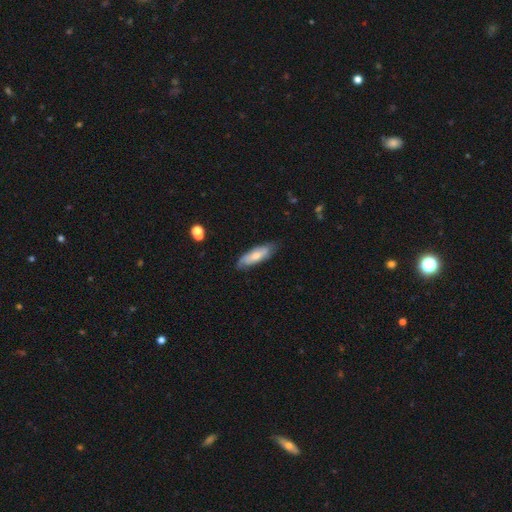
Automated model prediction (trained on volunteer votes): The model was most divided on "how rounded": in between: 53%, cigar-shaped: 45%, round: 2%. More confident: merging — none (74%); smooth or featured — smooth (62%).